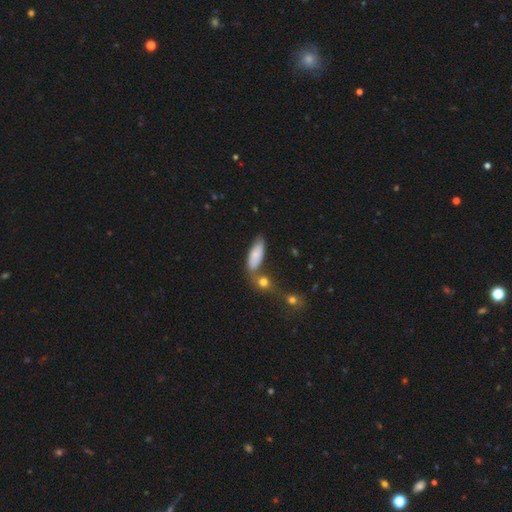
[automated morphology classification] type=smooth (78%); roundness=in between (72%); merging=none (54%).